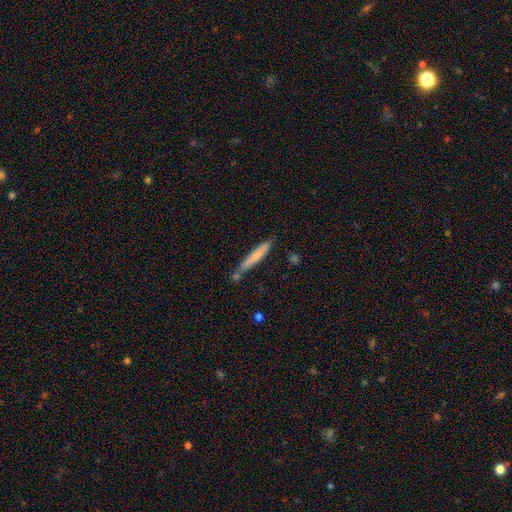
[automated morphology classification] smooth-or-featured: smooth: 70% | featured or disk: 25% | star or artifact: 6%
  how-rounded: cigar-shaped: 95% | in between: 4% | round: 1%
  merging: none: 72% | minor disturbance: 16% | merger: 8% | major disturbance: 3%